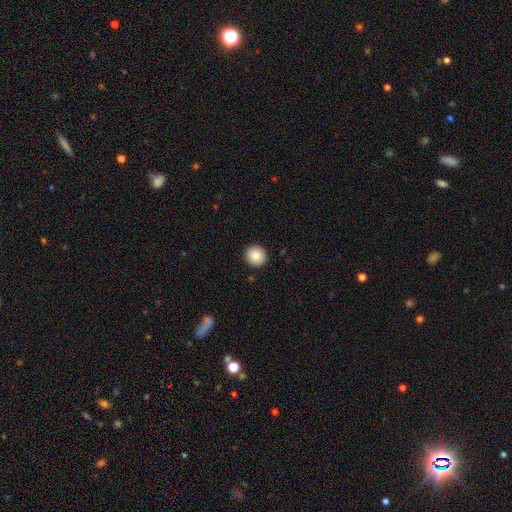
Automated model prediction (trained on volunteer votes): Smooth or featured?
  - smooth: 86% *
  - star or artifact: 8%
  - featured or disk: 6%
How rounded?
  - round: 94% *
  - in between: 5%
  - cigar-shaped: 1%
Merging?
  - none: 93% *
  - minor disturbance: 5%
  - major disturbance: 2%
  - merger: 1%